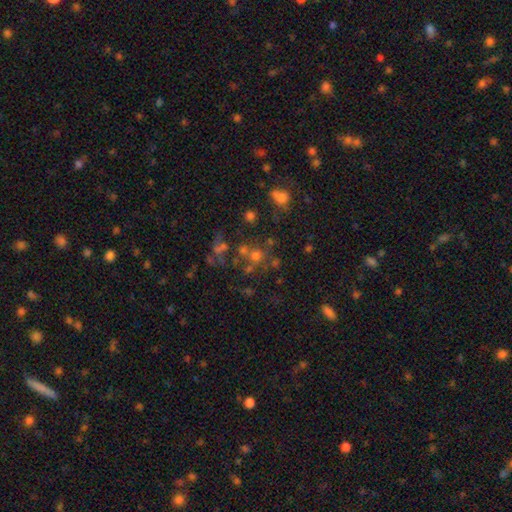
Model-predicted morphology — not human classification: Q: Smooth or featured?
A: smooth (57%); runner-up: star or artifact (26%)
Q: How rounded?
A: round (85%); runner-up: in between (14%)
Q: Merging?
A: none (56%); runner-up: merger (26%)